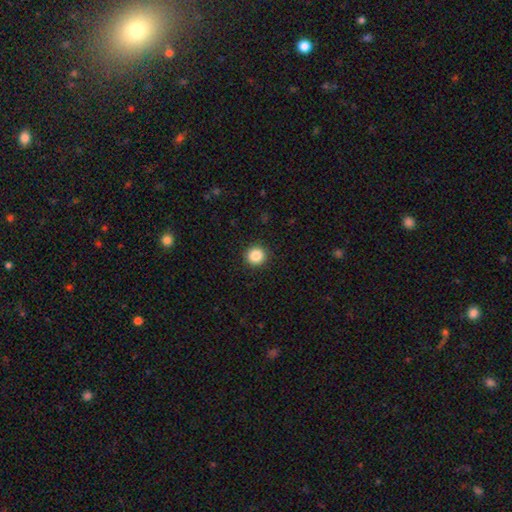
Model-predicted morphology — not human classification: Q: Smooth or featured?
A: smooth (86%); runner-up: star or artifact (10%)
Q: How rounded?
A: round (94%); runner-up: in between (5%)
Q: Merging?
A: none (93%); runner-up: minor disturbance (5%)